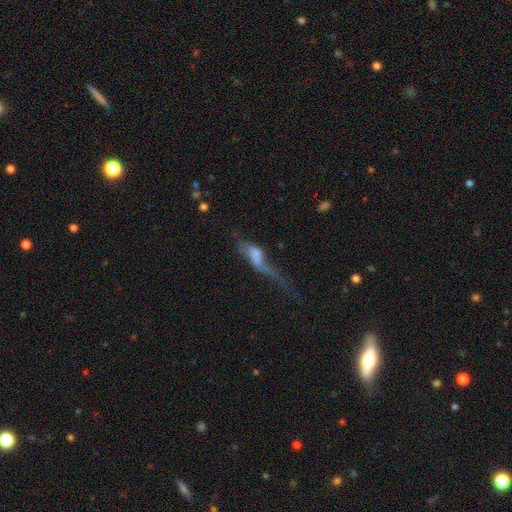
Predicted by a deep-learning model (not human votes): A smooth galaxy with no disk features (51%) that is in between round and cigar-shaped (68%).

Vote fractions:
- Smooth or featured? smooth: 51% / featured or disk: 39% / star or artifact: 10%
- How rounded? in between: 68% / cigar-shaped: 26% / round: 6%
- Merging? major disturbance: 61% / minor disturbance: 13% / none: 13% / merger: 12%